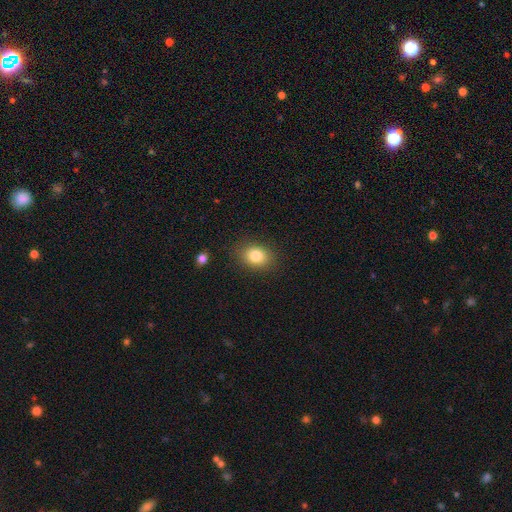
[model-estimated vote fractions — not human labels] Smooth or featured? Predicted: smooth (p=0.83). How rounded? Predicted: in between (p=0.63). Merging? Predicted: none (p=0.85).